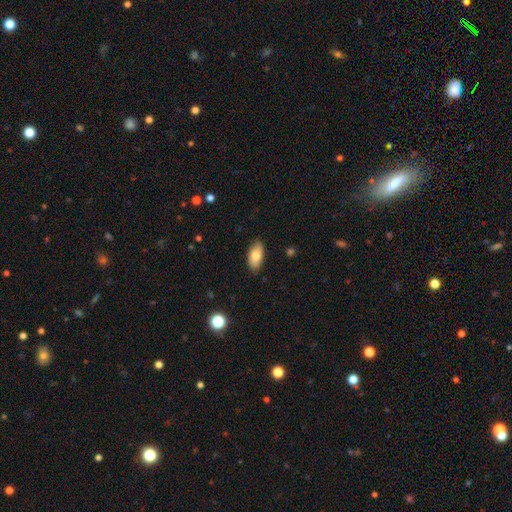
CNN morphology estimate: smooth_or_featured: smooth (p=0.82) [alt: featured or disk p=0.11]
how_rounded: in between (p=0.92) [alt: cigar-shaped p=0.05]
merging: none (p=0.84) [alt: minor disturbance p=0.13]